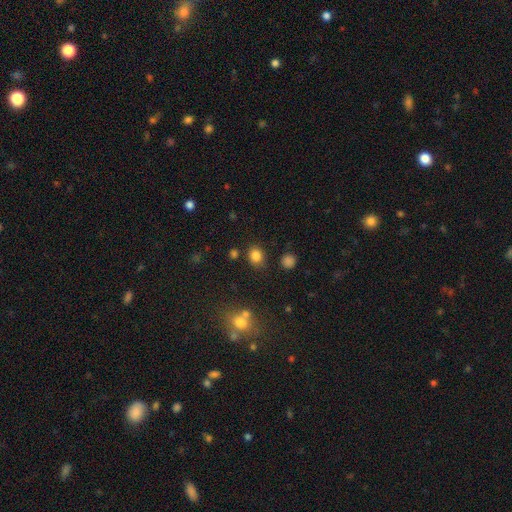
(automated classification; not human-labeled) Morphology: type=smooth (83%); roundness=round (64%); merging=none (82%).